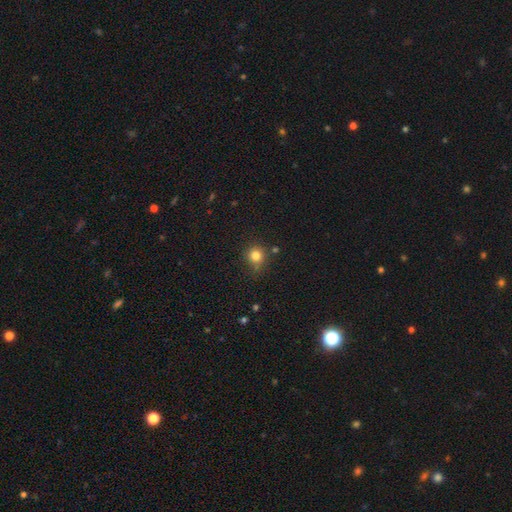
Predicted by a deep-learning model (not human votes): Smooth or featured: smooth — 81% (star or artifact — 13%)
How rounded: round — 91% (in between — 8%)
Merging: none — 77% (minor disturbance — 14%)